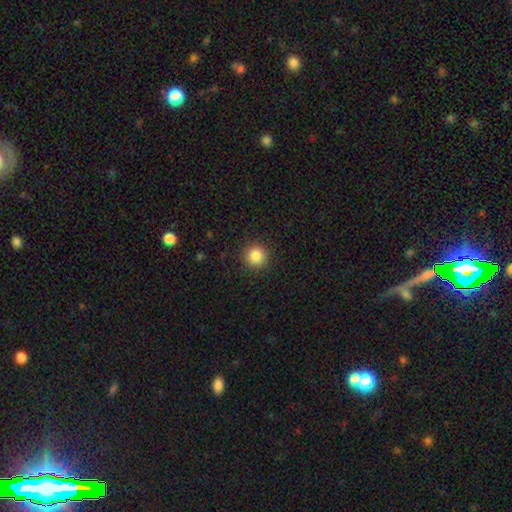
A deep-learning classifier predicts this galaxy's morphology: Smooth or featured: smooth — 85% (star or artifact — 11%)
How rounded: round — 95% (in between — 4%)
Merging: none — 92% (minor disturbance — 5%)